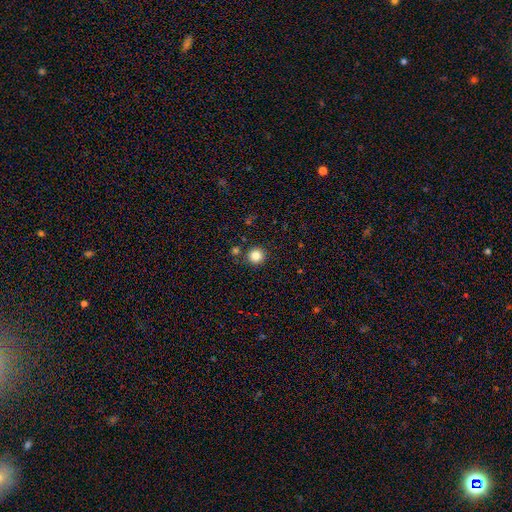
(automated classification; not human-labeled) Overall: smooth (84%). How rounded: round (95%). Merging: none (87%).